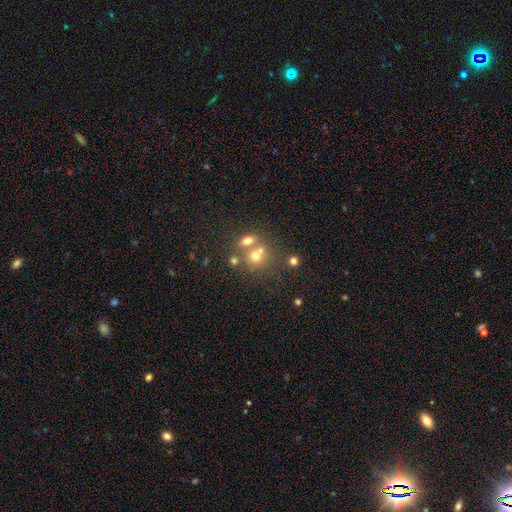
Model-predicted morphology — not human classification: smooth_or_featured: smooth (p=0.62) [alt: featured or disk p=0.19]
how_rounded: round (p=0.74) [alt: in between p=0.24]
merging: merger (p=0.46) [alt: none p=0.41]